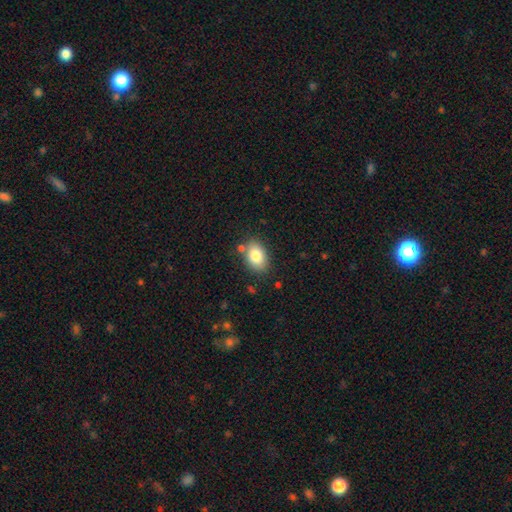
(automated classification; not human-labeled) A smooth galaxy with no disk features (83%) that is in between round and cigar-shaped (83%).

Vote fractions:
- Smooth or featured? smooth: 83% / featured or disk: 9% / star or artifact: 8%
- How rounded? in between: 83% / round: 16% / cigar-shaped: 1%
- Merging? none: 79% / minor disturbance: 13% / merger: 5% / major disturbance: 3%